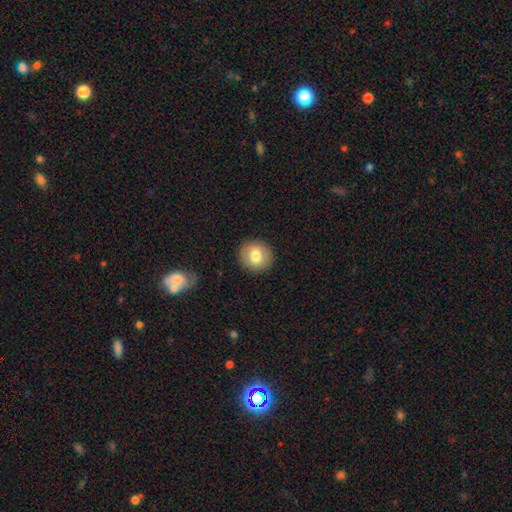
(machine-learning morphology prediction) The model was most divided on "smooth or featured": smooth: 75%, featured or disk: 17%, star or artifact: 8%. More confident: merging — none (90%); how rounded — round (88%).